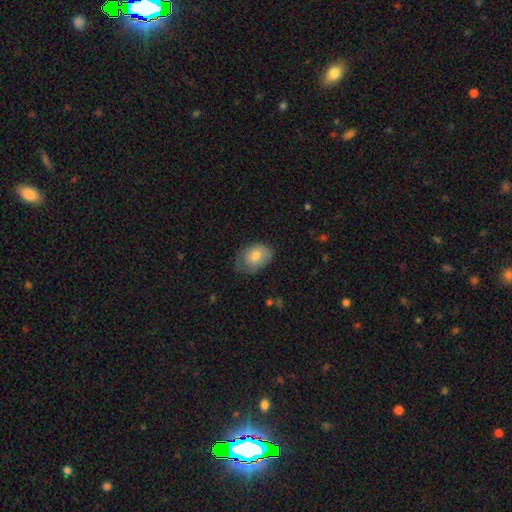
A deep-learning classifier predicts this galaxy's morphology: A smooth galaxy with no disk features (74%) that is in between round and cigar-shaped (76%). Merging: none (56%).